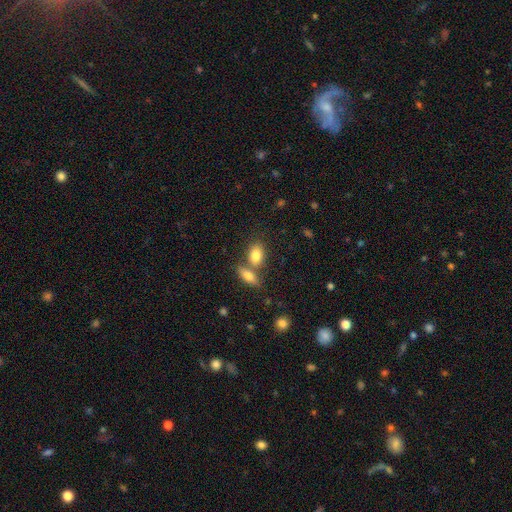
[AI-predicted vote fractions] Smooth or featured: smooth — 82% (featured or disk — 11%)
How rounded: in between — 83% (round — 13%)
Merging: none — 48% (merger — 39%)